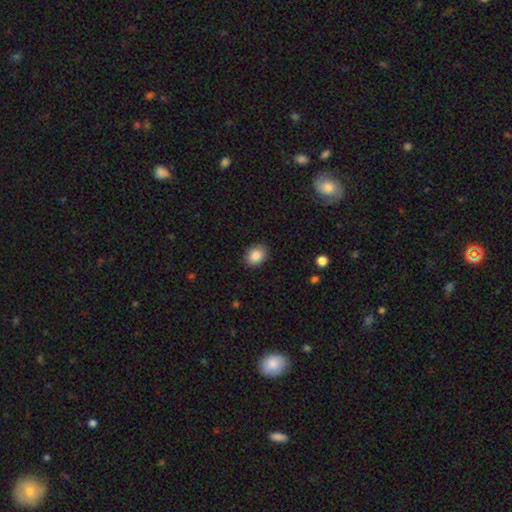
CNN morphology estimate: Overall: smooth (87%). How rounded: in between (64%; round 35%). Merging: none (88%).